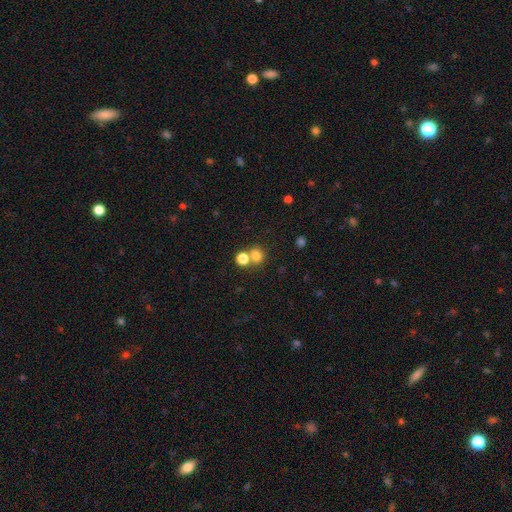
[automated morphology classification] The model was most divided on "merging": none: 51%, merger: 36%, minor disturbance: 8%, major disturbance: 4%. More confident: smooth or featured — smooth (76%); how rounded — round (67%).